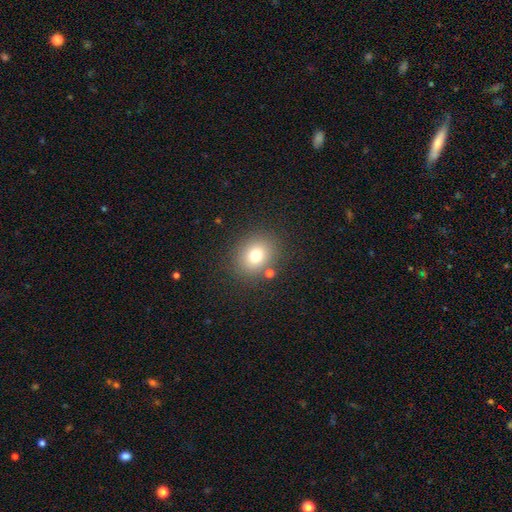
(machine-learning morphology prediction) A smooth galaxy with no disk features (75%) that is round (67%).

Vote fractions:
- Smooth or featured? smooth: 75% / star or artifact: 14% / featured or disk: 11%
- How rounded? round: 67% / in between: 32% / cigar-shaped: 1%
- Merging? none: 82% / minor disturbance: 9% / merger: 5% / major disturbance: 4%